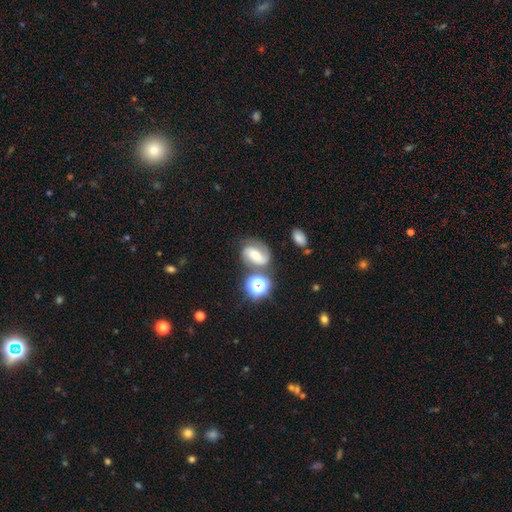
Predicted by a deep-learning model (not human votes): Smooth or featured: featured or disk — 57% (smooth — 28%)
Edge-on disk: no — 96% (yes — 4%)
Bar: weak — 38% (no — 31%)
Spiral arms: yes — 89% (no — 11%)
Bulge size: moderate — 51% (small — 32%)
Merging: none — 62% (minor disturbance — 18%)